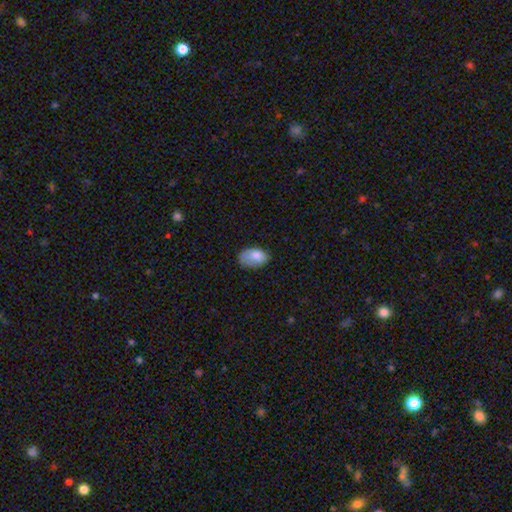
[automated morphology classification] smooth-or-featured: smooth: 84% | featured or disk: 9% | star or artifact: 7%
  how-rounded: in between: 91% | round: 8% | cigar-shaped: 1%
  merging: none: 60% | minor disturbance: 31% | major disturbance: 8% | merger: 1%